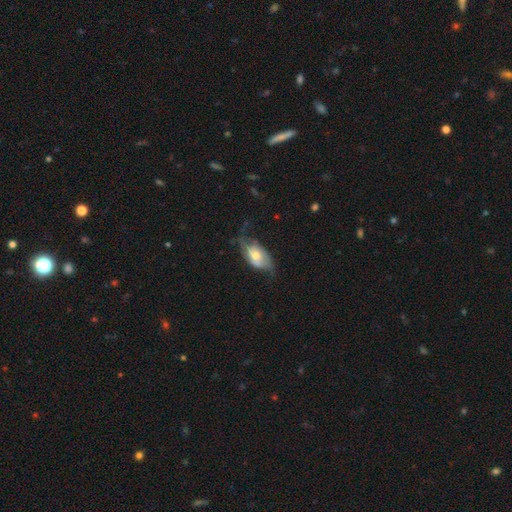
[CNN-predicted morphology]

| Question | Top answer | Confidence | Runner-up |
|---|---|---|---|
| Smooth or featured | featured or disk | 47% | tied: smooth (47%) |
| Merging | none | 42% | minor disturbance (33%) |